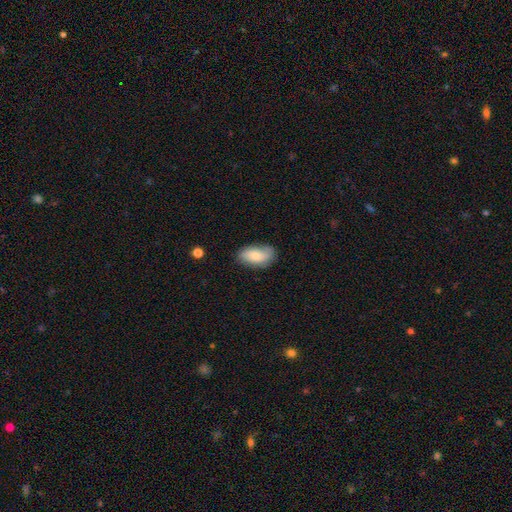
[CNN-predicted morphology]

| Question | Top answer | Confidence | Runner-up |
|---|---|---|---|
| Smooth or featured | smooth | 71% | featured or disk (22%) |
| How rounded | in between | 92% | cigar-shaped (4%) |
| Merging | none | 71% | minor disturbance (22%) |